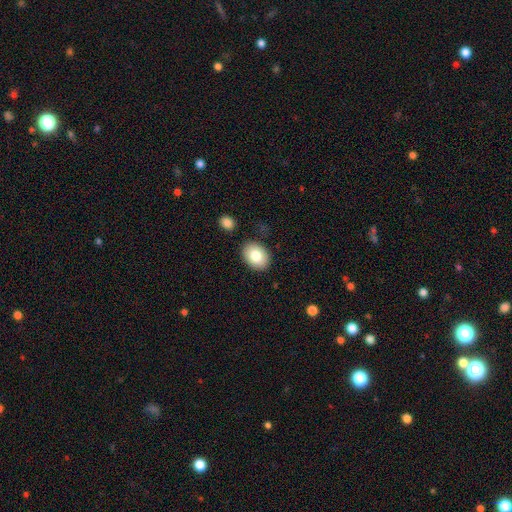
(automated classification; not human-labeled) Smooth or featured: smooth — 83% (featured or disk — 10%)
How rounded: in between — 75% (round — 24%)
Merging: none — 86% (minor disturbance — 9%)